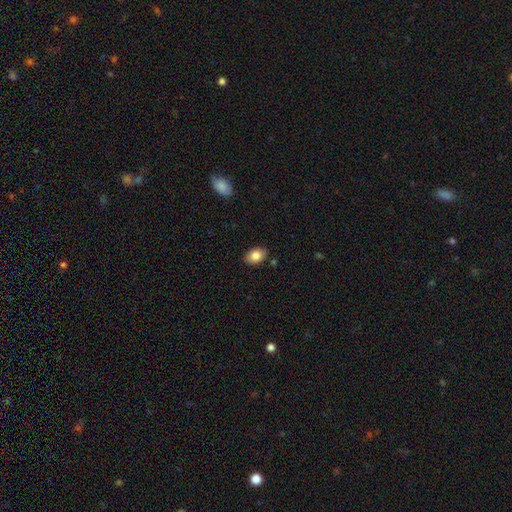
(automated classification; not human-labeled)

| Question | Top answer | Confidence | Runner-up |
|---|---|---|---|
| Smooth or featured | smooth | 84% | featured or disk (8%) |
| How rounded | in between | 84% | round (15%) |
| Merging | none | 86% | minor disturbance (11%) |